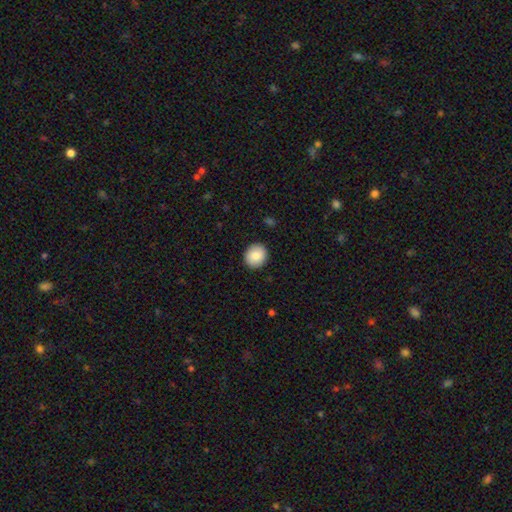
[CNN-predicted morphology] A smooth galaxy with no disk features (87%) that is round (86%).

Vote fractions:
- Smooth or featured? smooth: 87% / star or artifact: 7% / featured or disk: 6%
- How rounded? round: 86% / in between: 14% / cigar-shaped: 1%
- Merging? none: 92% / minor disturbance: 6% / major disturbance: 2% / merger: 1%